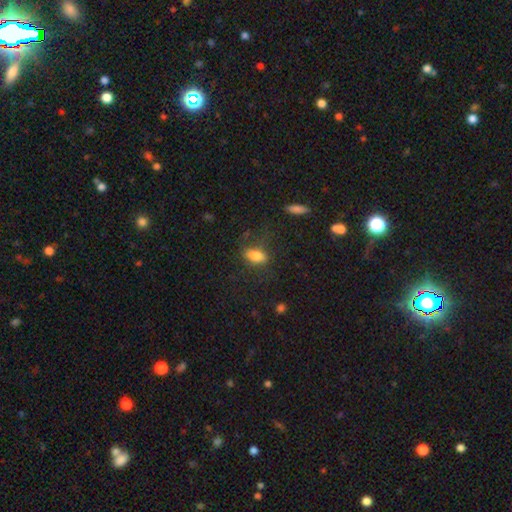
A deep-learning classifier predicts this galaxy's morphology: Overall: smooth (80%). How rounded: in between (84%). Merging: none (71%).